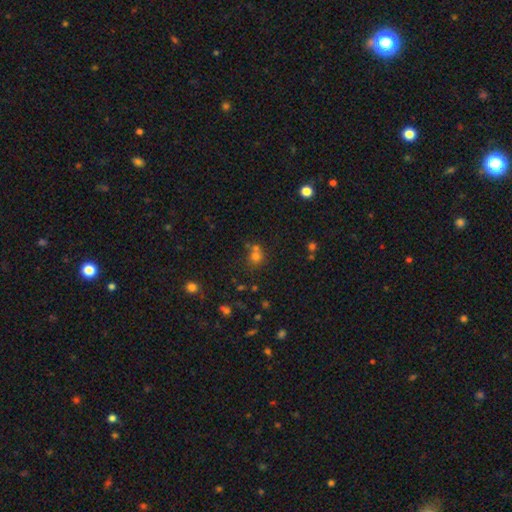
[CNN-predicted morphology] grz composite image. It shows a smooth galaxy with no disk features (64%) that is round (81%). Merging: none (53%).